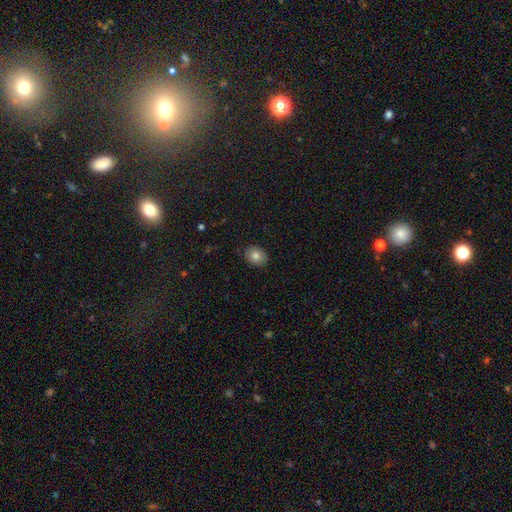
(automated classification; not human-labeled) Smooth or featured? smooth (83%)
How rounded? in between (60%)
Merging? none (89%)